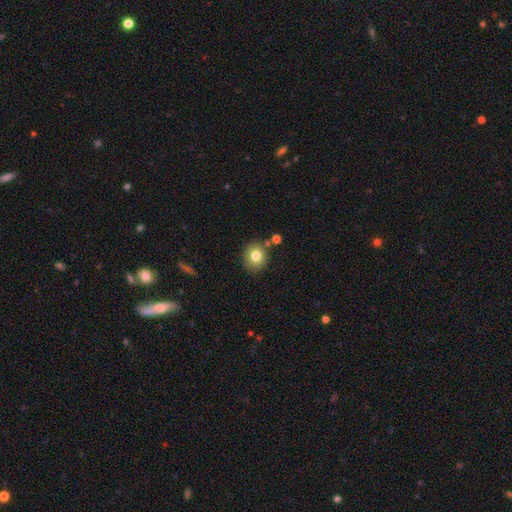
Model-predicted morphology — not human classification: Smooth or featured? Predicted: smooth (p=0.79). How rounded? Predicted: round (p=0.73). Merging? Predicted: none (p=0.82).